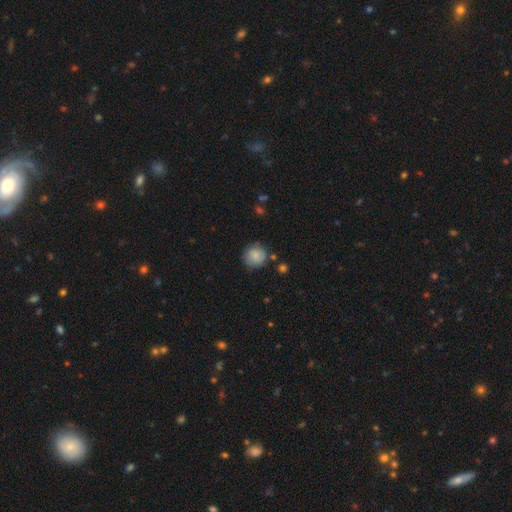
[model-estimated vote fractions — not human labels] smooth_or_featured: smooth (p=0.80) [alt: featured or disk p=0.12]
how_rounded: round (p=0.90) [alt: in between p=0.09]
merging: none (p=0.77) [alt: minor disturbance p=0.16]